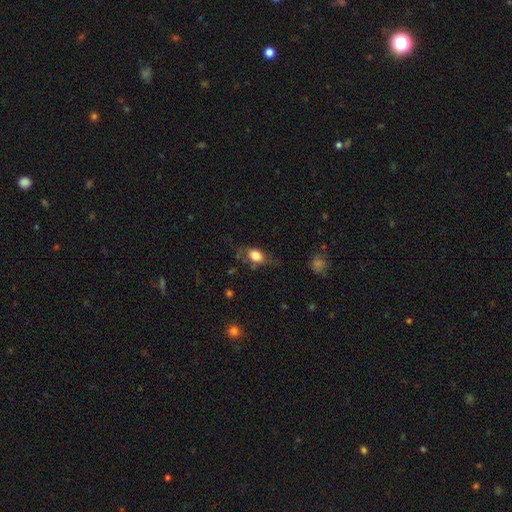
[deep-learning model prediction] Overall: smooth (77%). How rounded: in between (78%). Merging: none (59%; minor disturbance 26%).